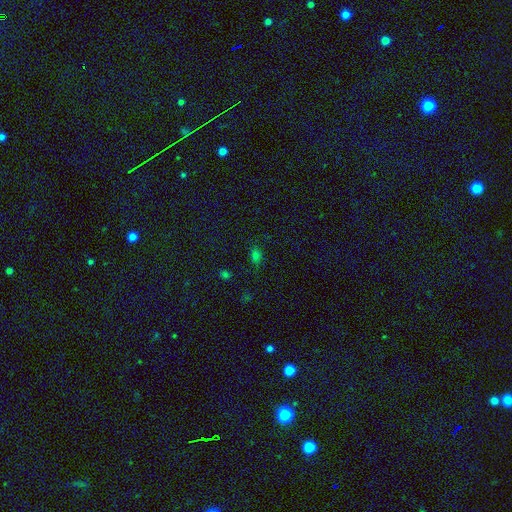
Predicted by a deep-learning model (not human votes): This appears to be a smooth galaxy with no disk features (68%) that is in between round and cigar-shaped (72%). Merging: none (78%).